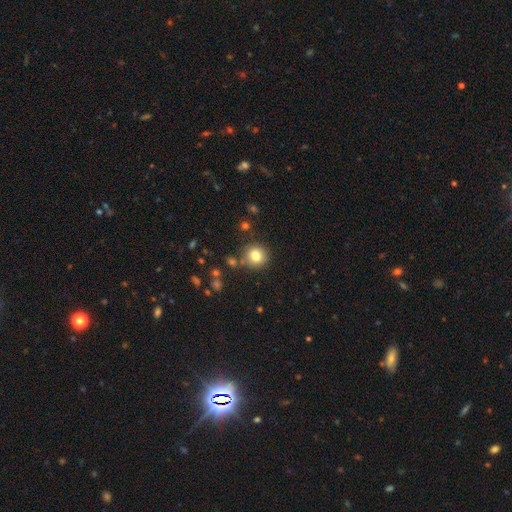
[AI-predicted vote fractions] This appears to be a smooth galaxy with no disk features (80%) that is round (91%). Merging: none (81%).